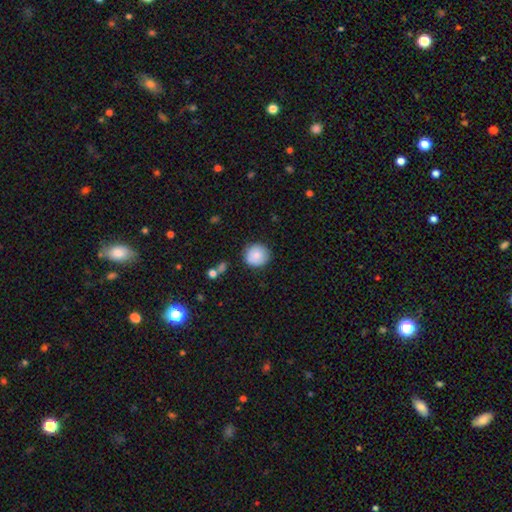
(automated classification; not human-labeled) Smooth or featured? Predicted: smooth (p=0.84). How rounded? Predicted: round (p=0.93). Merging? Predicted: none (p=0.86).